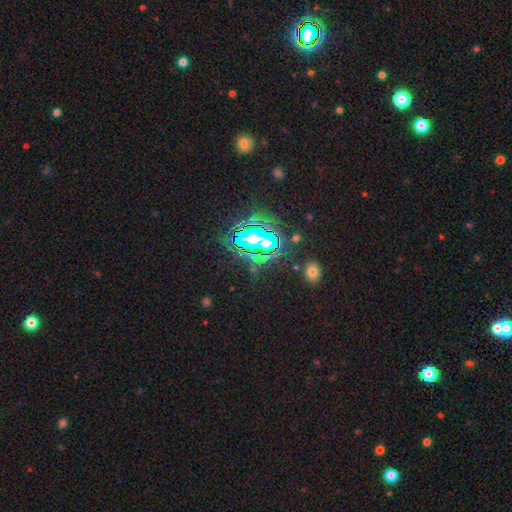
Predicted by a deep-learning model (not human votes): Smooth or featured: star or artifact — 81% (smooth — 12%)